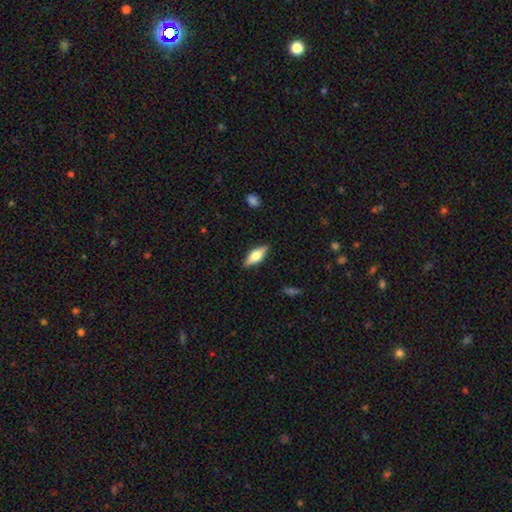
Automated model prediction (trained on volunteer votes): Morphology: type=smooth (47%, tied with featured or disk); merging=none (87%).